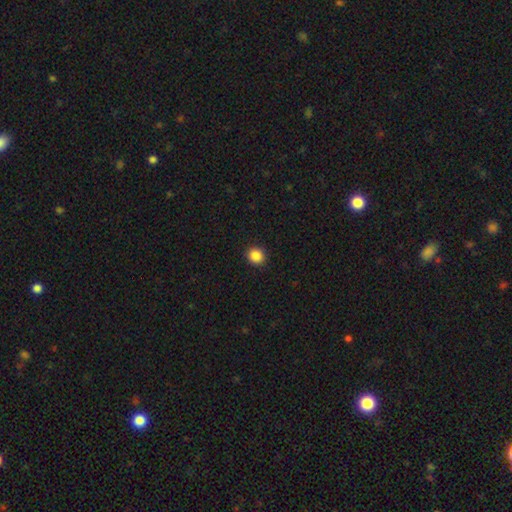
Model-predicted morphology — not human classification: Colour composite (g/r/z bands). It shows a smooth galaxy with no disk features (87%) that is round (84%). Merging: none (92%).